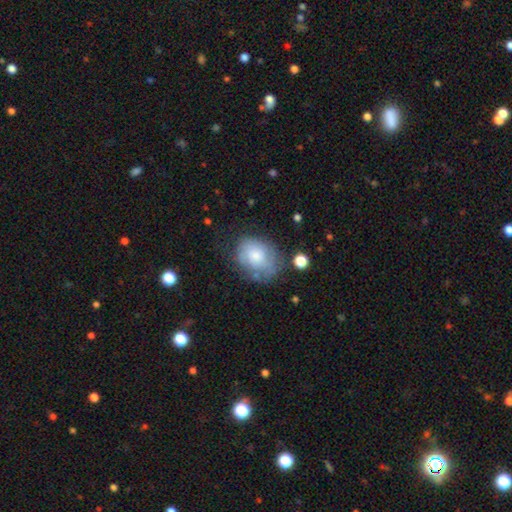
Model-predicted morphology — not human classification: Smooth or featured: smooth — 57% (featured or disk — 34%)
How rounded: in between — 54% (round — 45%)
Merging: none — 51% (minor disturbance — 28%)